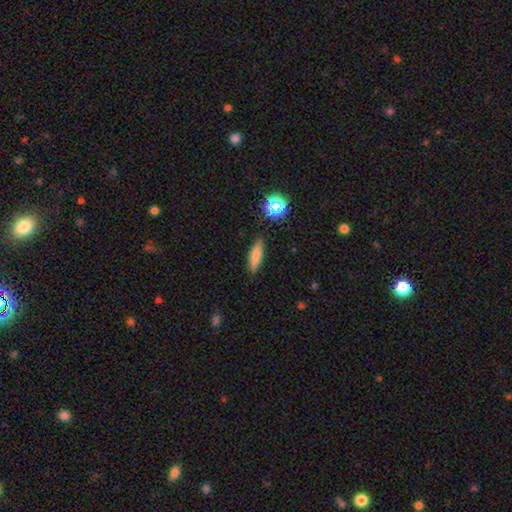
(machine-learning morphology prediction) Smooth or featured?
  - smooth: 76% *
  - featured or disk: 13%
  - star or artifact: 10%
How rounded?
  - cigar-shaped: 61% *
  - in between: 36%
  - round: 3%
Merging?
  - none: 86% *
  - minor disturbance: 10%
  - major disturbance: 2%
  - merger: 2%